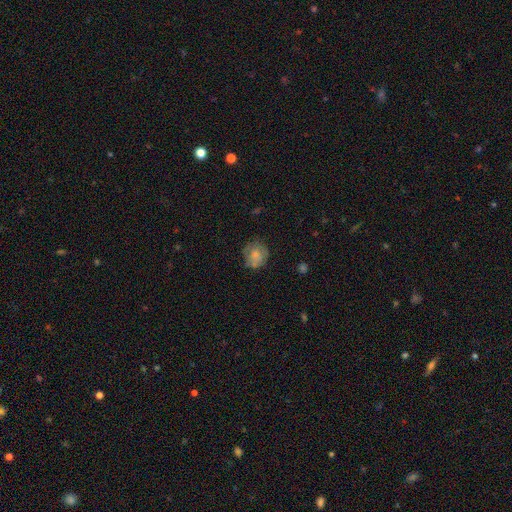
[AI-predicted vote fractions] This appears to be a smooth galaxy with no disk features (70%) that is round (80%). Merging: none (67%).